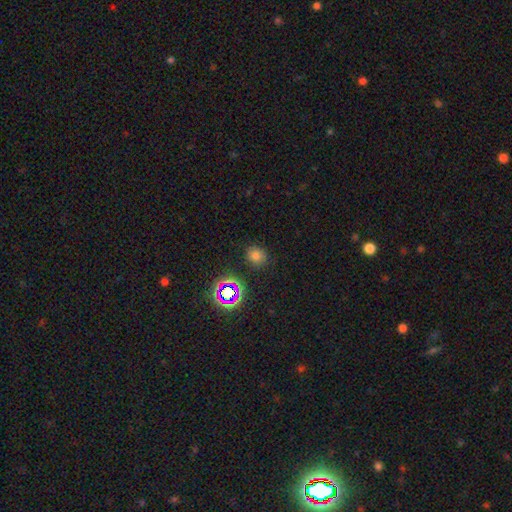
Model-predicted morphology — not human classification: Smooth or featured? Predicted: smooth (p=0.70). How rounded? Predicted: round (p=0.76). Merging? Predicted: none (p=0.85).